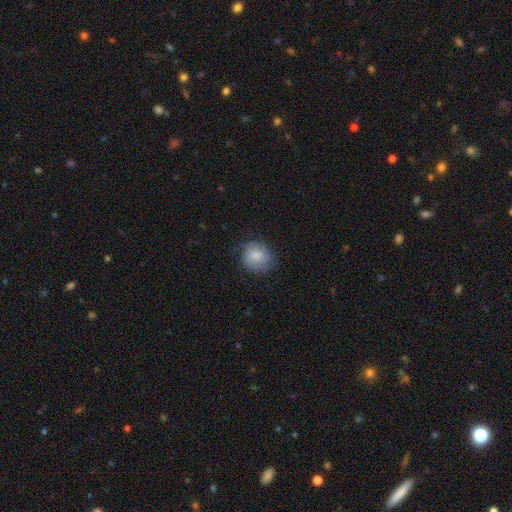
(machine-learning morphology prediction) The model was most divided on "smooth or featured": smooth: 62%, featured or disk: 30%, star or artifact: 7%. More confident: how rounded — round (73%); merging — none (67%).